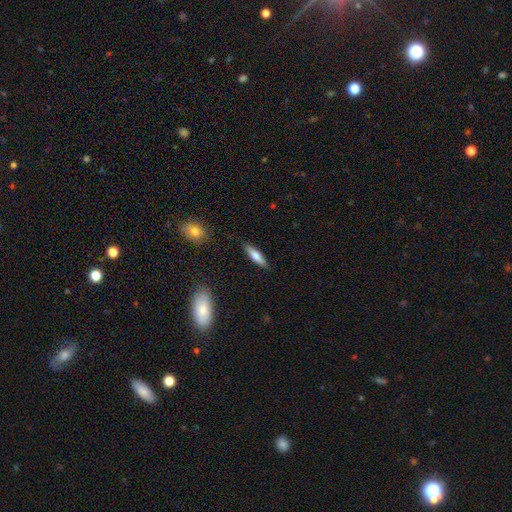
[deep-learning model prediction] A smooth galaxy with no disk features (66%) that is cigar-shaped (69%). Merging: none (87%).